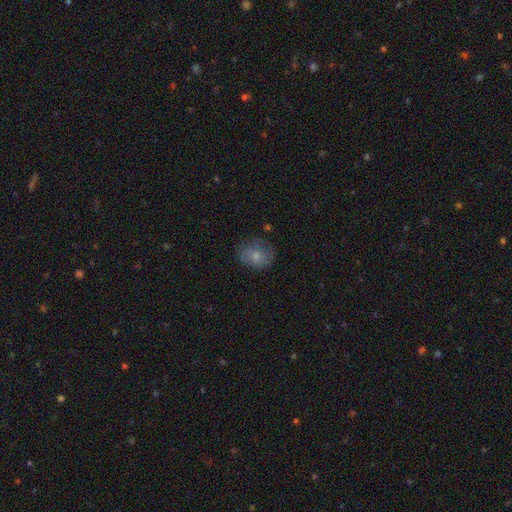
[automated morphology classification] A smooth galaxy with no disk features (70%) that is round (56%).

Vote fractions:
- Smooth or featured? smooth: 70% / featured or disk: 21% / star or artifact: 9%
- How rounded? round: 56% / in between: 43% / cigar-shaped: 1%
- Merging? none: 63% / minor disturbance: 24% / major disturbance: 11% / merger: 2%